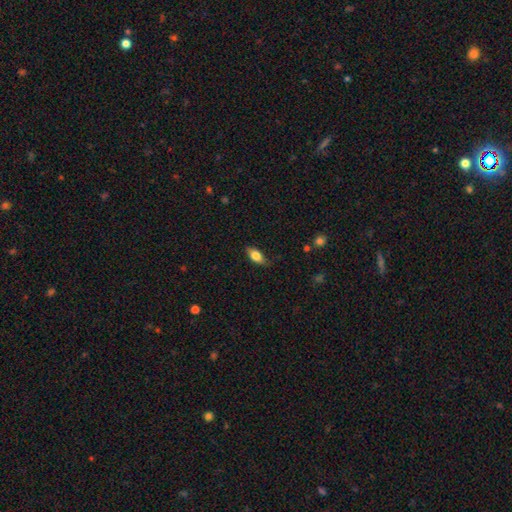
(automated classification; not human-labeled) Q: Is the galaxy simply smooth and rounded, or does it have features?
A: smooth — 75%.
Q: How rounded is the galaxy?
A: in between — 84%.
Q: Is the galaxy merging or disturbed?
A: none — 77%.